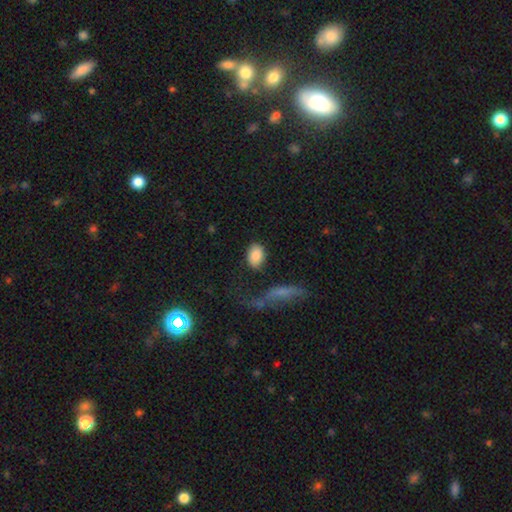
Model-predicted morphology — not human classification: smooth 86%, featured or disk 7%, star or artifact 7%. Down the decision tree: how rounded — in between (82%); merging — none (78%).